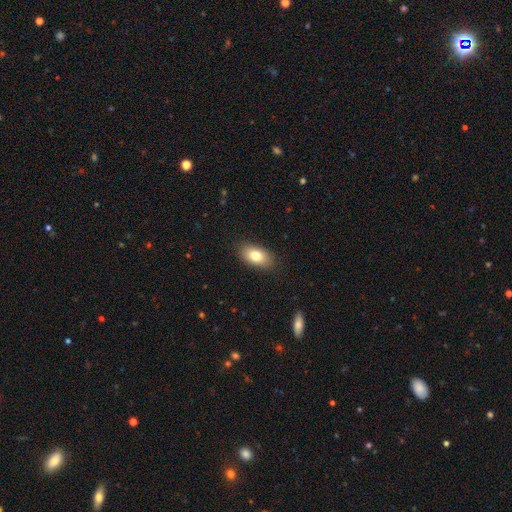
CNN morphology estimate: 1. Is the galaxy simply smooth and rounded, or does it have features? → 78% smooth, 14% featured or disk, 8% star or artifact.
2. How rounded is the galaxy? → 90% in between, 7% round, 3% cigar-shaped.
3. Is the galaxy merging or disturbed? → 86% none, 10% minor disturbance, 3% major disturbance, 1% merger.